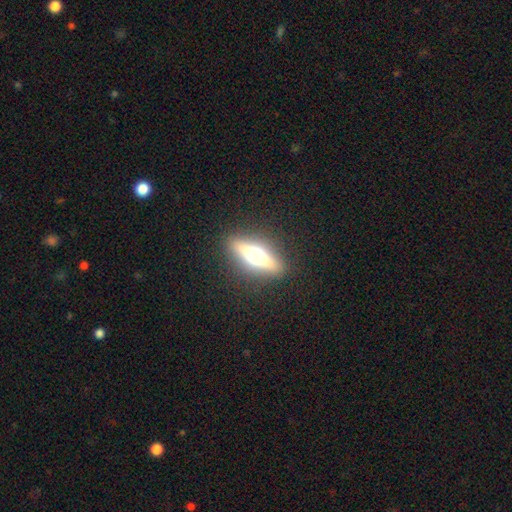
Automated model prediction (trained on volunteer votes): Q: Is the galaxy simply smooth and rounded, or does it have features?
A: featured or disk — 55%.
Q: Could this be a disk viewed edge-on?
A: yes — 87%.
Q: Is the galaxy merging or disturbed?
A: none — 88%.